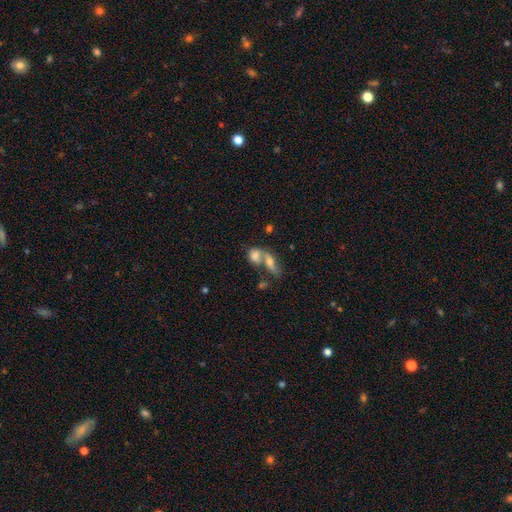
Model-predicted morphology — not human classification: Smooth or featured: smooth — 67% (featured or disk — 23%)
How rounded: in between — 66% (round — 26%)
Merging: merger — 66% (none — 21%)